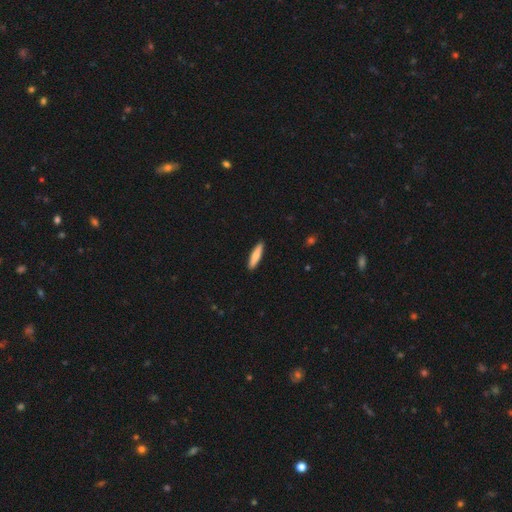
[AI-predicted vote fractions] Smooth or featured: smooth — 78% (featured or disk — 17%)
How rounded: cigar-shaped — 82% (in between — 17%)
Merging: none — 91% (minor disturbance — 7%)